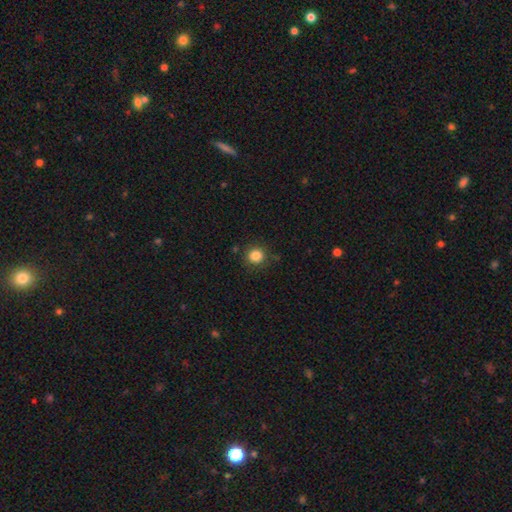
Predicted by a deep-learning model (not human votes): Smooth or featured: smooth — 84% (star or artifact — 11%)
How rounded: round — 92% (in between — 7%)
Merging: none — 86% (minor disturbance — 9%)